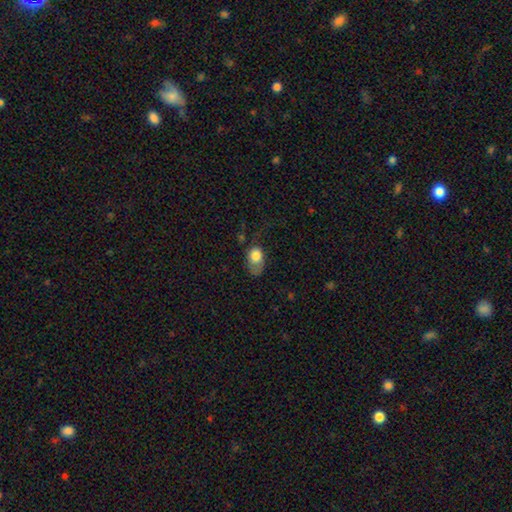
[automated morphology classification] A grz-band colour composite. It shows a smooth galaxy with no disk features (78%) that is in between round and cigar-shaped (79%). Merging: major disturbance (34%, tied with minor disturbance).